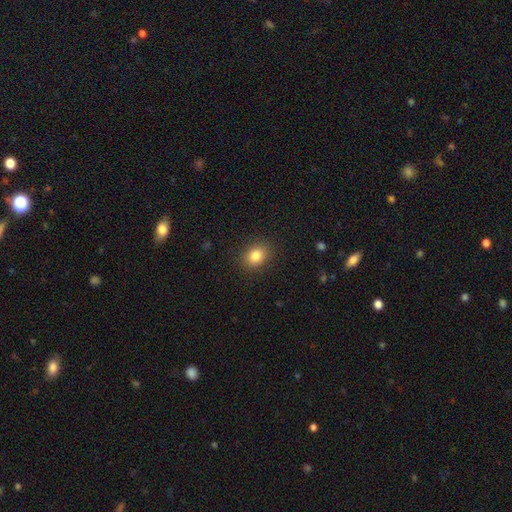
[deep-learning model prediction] The model was most divided on "how rounded": in between: 50%, round: 49%, cigar-shaped: 1%. More confident: merging — none (88%); smooth or featured — smooth (84%).